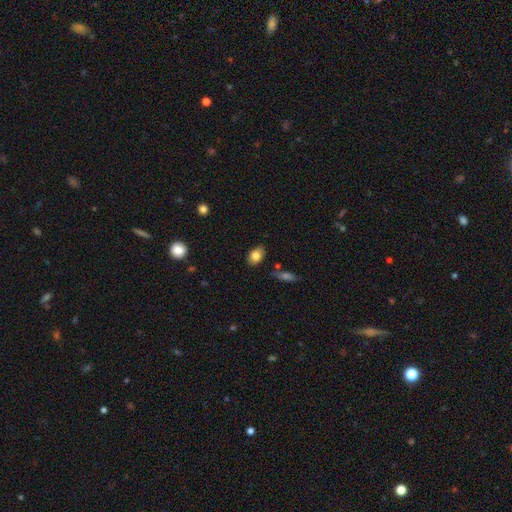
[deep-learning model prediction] A smooth galaxy with no disk features (82%) that is in between round and cigar-shaped (81%).

Vote fractions:
- Smooth or featured? smooth: 82% / featured or disk: 9% / star or artifact: 9%
- How rounded? in between: 81% / round: 17% / cigar-shaped: 2%
- Merging? none: 81% / minor disturbance: 14% / major disturbance: 3% / merger: 3%